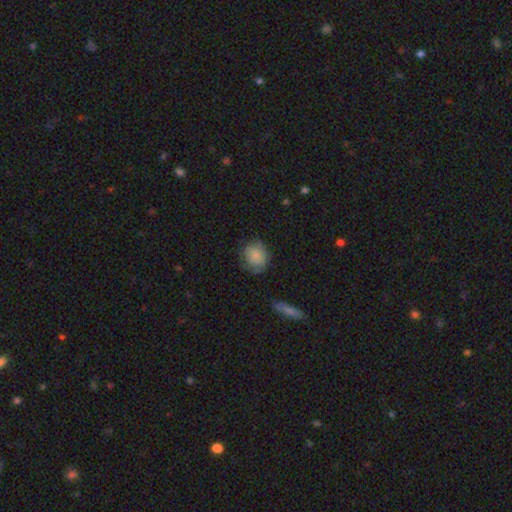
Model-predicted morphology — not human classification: This appears to be a smooth galaxy with no disk features (79%) that is round (71%). Merging: none (65%).